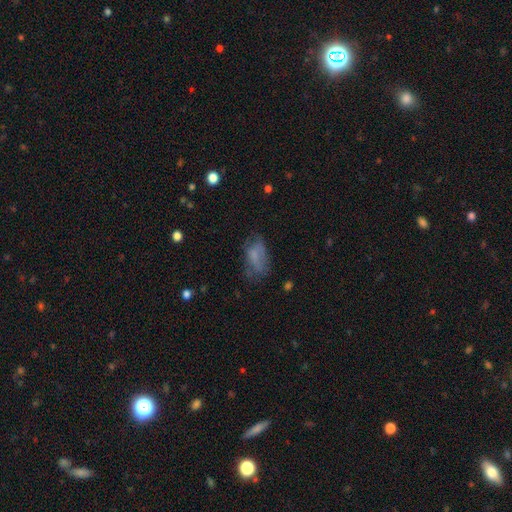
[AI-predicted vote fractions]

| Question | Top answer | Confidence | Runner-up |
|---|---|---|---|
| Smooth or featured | smooth | 61% | featured or disk (27%) |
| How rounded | in between | 88% | round (6%) |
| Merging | none | 45% | minor disturbance (28%) |